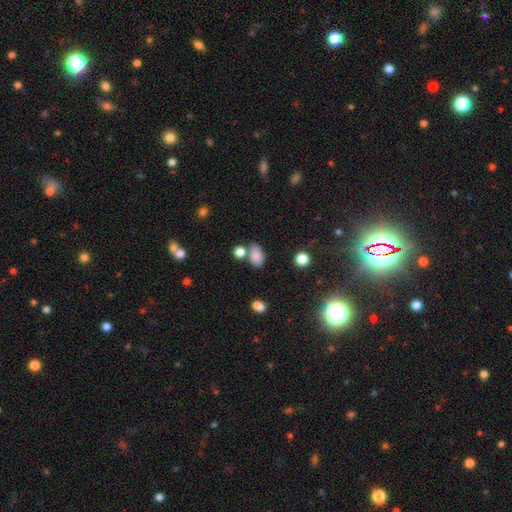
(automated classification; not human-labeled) This appears to be a smooth galaxy with no disk features (82%) that is in between round and cigar-shaped (86%). Merging: none (60%).